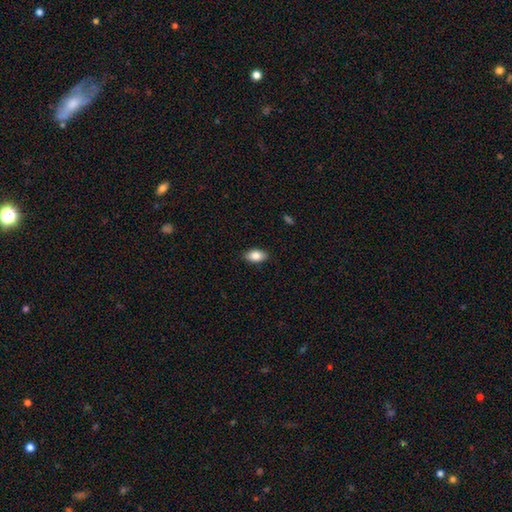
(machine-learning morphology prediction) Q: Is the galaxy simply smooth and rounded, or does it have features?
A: smooth — 84%.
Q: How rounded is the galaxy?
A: in between — 91%.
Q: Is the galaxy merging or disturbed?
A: none — 88%.